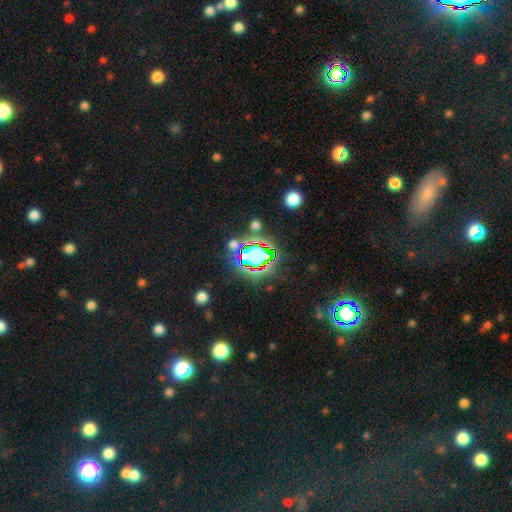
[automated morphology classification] Smooth or featured?
  - star or artifact: 61% *
  - smooth: 25%
  - featured or disk: 14%